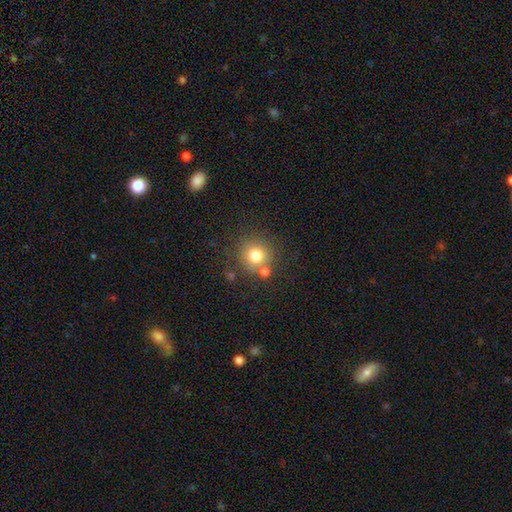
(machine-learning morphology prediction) Smooth or featured: smooth — 77% (star or artifact — 13%)
How rounded: round — 91% (in between — 8%)
Merging: none — 71% (merger — 15%)